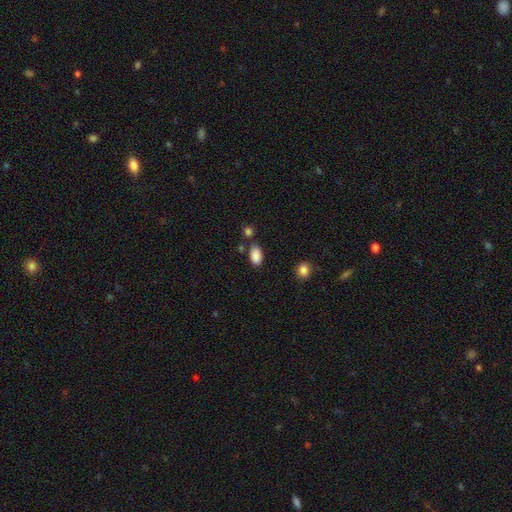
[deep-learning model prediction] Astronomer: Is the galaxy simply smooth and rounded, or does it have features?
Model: smooth — 88%.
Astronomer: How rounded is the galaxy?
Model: in between — 91%.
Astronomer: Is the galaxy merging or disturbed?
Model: none — 76%.